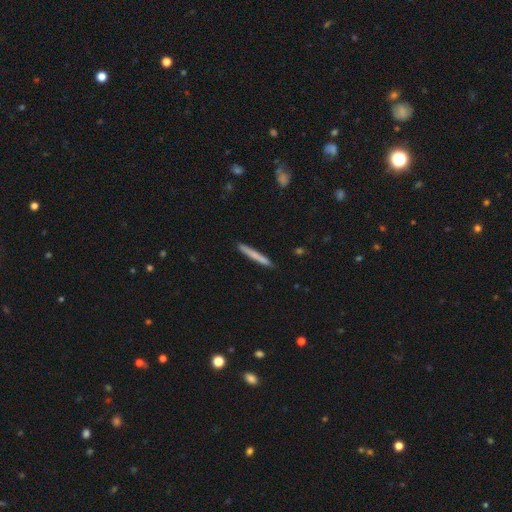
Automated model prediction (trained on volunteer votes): Smooth or featured?
  - smooth: 69% *
  - featured or disk: 25%
  - star or artifact: 6%
How rounded?
  - cigar-shaped: 97% *
  - in between: 2%
  - round: 1%
Merging?
  - none: 89% *
  - minor disturbance: 8%
  - major disturbance: 1%
  - merger: 1%